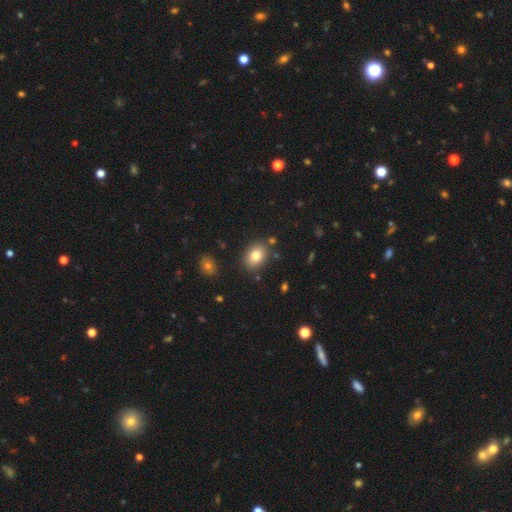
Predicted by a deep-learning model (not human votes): This is likely a smooth galaxy (79%). How rounded: likely in between (76%). Merging: clearly none (83%).